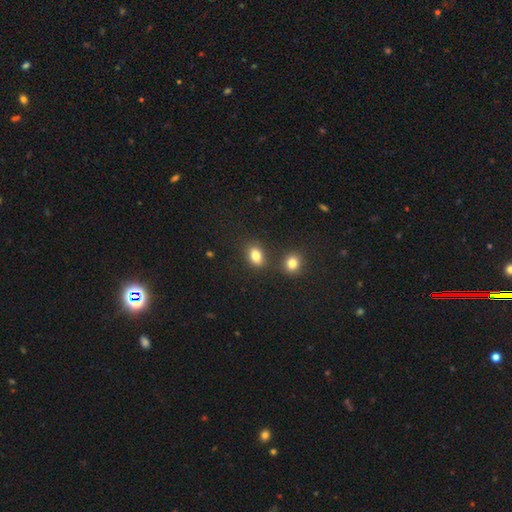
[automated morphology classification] Smooth or featured?
  - smooth: 82% *
  - star or artifact: 11%
  - featured or disk: 7%
How rounded?
  - in between: 73% *
  - round: 26%
  - cigar-shaped: 2%
Merging?
  - none: 74% *
  - merger: 12%
  - minor disturbance: 10%
  - major disturbance: 3%